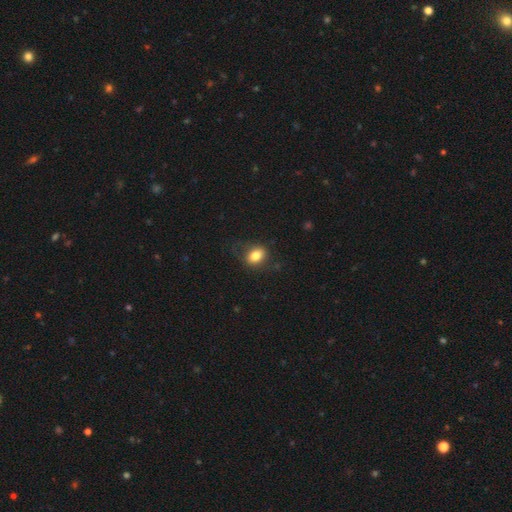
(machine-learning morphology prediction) A smooth galaxy with no disk features (81%) that is in between round and cigar-shaped (68%). Merging: none (74%).